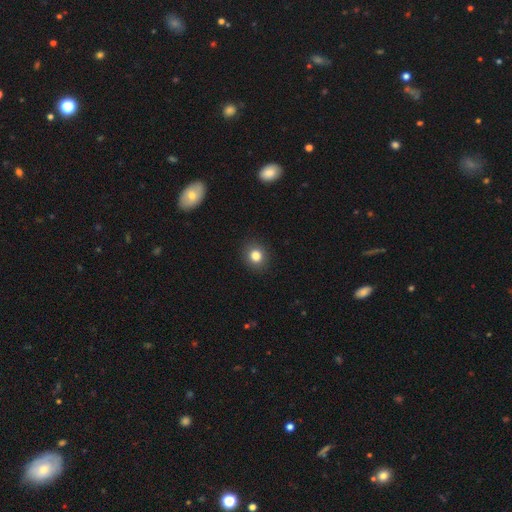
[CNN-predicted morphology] smooth-or-featured: smooth: 82% | star or artifact: 11% | featured or disk: 6%
  how-rounded: round: 79% | in between: 20% | cigar-shaped: 1%
  merging: none: 90% | minor disturbance: 7% | major disturbance: 2% | merger: 1%